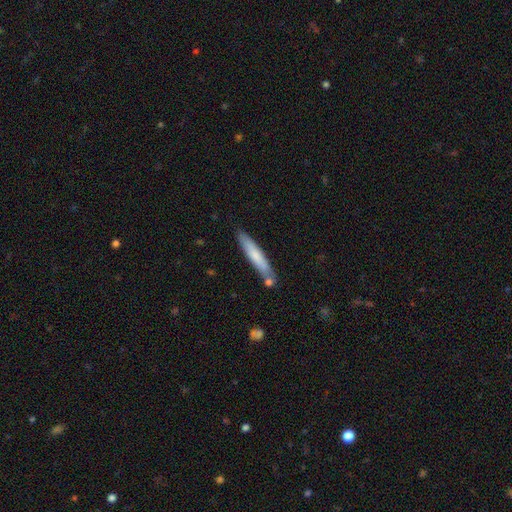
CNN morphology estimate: Overall: smooth (68%). How rounded: cigar-shaped (91%). Merging: none (77%).